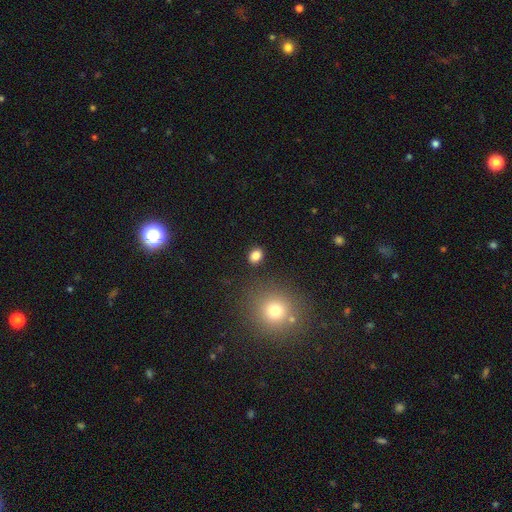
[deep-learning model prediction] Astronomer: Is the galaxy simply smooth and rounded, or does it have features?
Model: smooth — 83%.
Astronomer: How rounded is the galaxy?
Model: in between — 53% (runner-up: round, 45%).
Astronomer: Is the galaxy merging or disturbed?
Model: none — 86%.